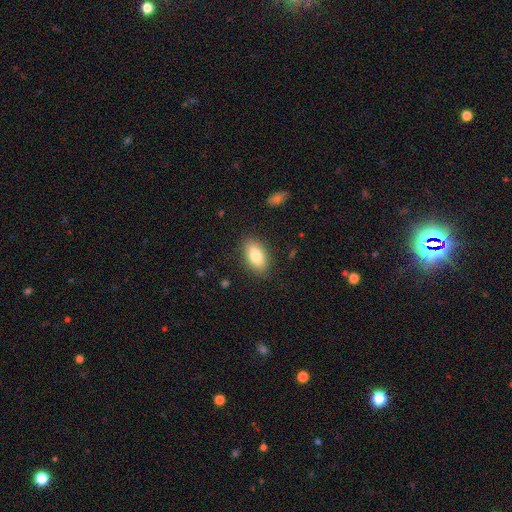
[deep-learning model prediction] This is clearly a smooth galaxy (81%). How rounded: clearly in between (91%). Merging: clearly none (86%).